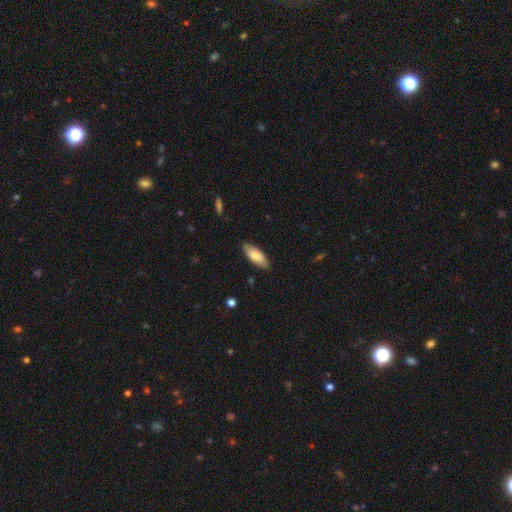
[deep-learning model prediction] A smooth galaxy with no disk features (77%) that is in between round and cigar-shaped (77%). Merging: none (84%).